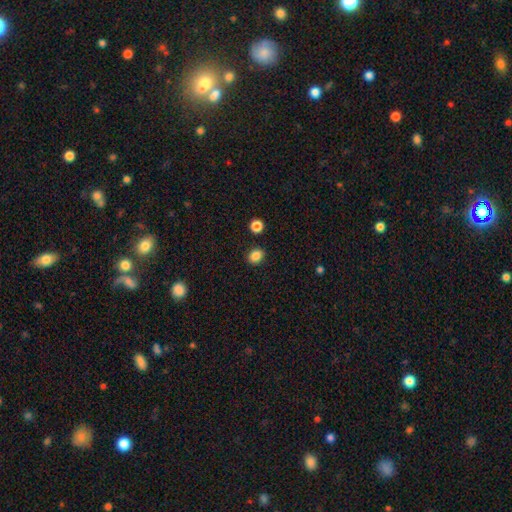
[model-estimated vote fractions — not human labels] A smooth galaxy with no disk features (86%) that is round (57%). Merging: none (88%).